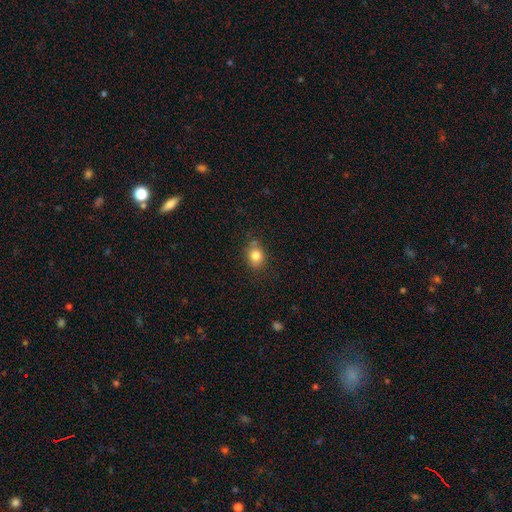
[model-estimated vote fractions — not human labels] A smooth galaxy with no disk features (82%) that is round (62%). Merging: none (74%).